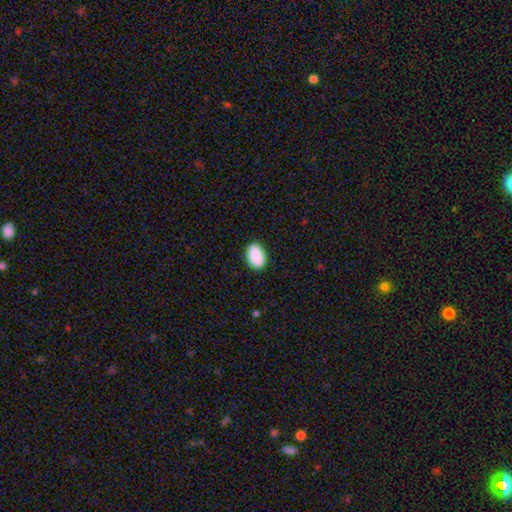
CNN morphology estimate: Smooth or featured?
  - smooth: 88% *
  - star or artifact: 7%
  - featured or disk: 6%
How rounded?
  - in between: 89% *
  - round: 10%
  - cigar-shaped: 1%
Merging?
  - none: 86% *
  - minor disturbance: 11%
  - major disturbance: 2%
  - merger: 1%